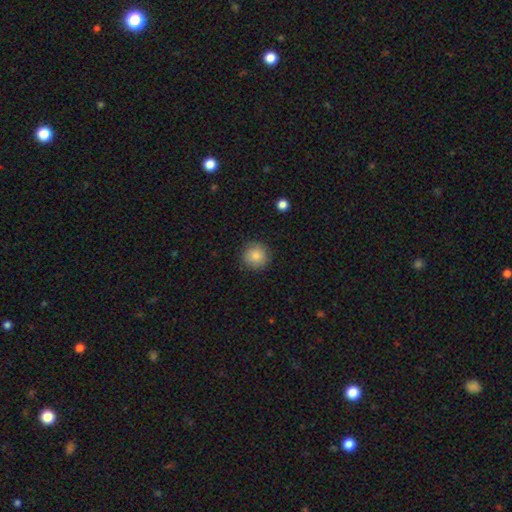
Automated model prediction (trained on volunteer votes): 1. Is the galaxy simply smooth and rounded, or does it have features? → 85% smooth, 9% star or artifact, 6% featured or disk.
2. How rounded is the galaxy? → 94% round, 5% in between, 1% cigar-shaped.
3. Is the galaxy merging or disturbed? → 87% none, 9% minor disturbance, 2% major disturbance, 1% merger.